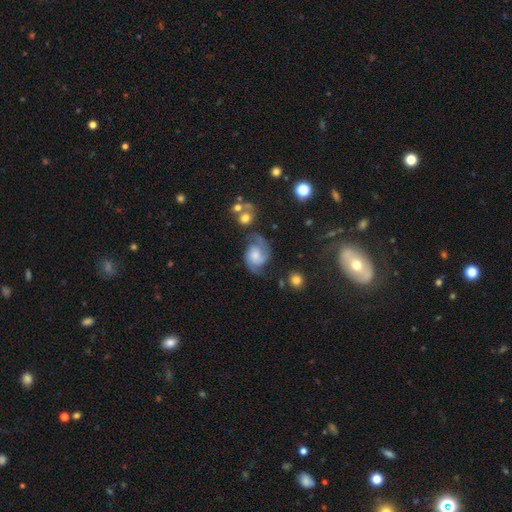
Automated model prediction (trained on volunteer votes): Q: Smooth or featured?
A: featured or disk (82%); runner-up: smooth (12%)
Q: Edge-on disk?
A: no (98%); runner-up: yes (2%)
Q: Bar?
A: no (64%); runner-up: weak (31%)
Q: Spiral arms?
A: yes (96%); runner-up: no (4%)
Q: Spiral winding?
A: medium (53%); runner-up: tight (28%)
Q: Spiral arm count?
A: 2 (86%); runner-up: can't tell (5%)
Q: Bulge size?
A: moderate (35%); runner-up: small (31%)
Q: Merging?
A: none (63%); runner-up: minor disturbance (21%)